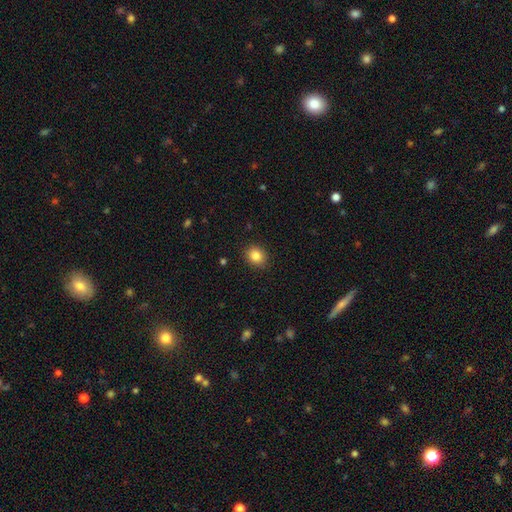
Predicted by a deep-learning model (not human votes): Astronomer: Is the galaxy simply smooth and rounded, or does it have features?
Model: smooth — 85%.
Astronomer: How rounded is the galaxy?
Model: round — 63%.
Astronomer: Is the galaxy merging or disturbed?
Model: none — 90%.